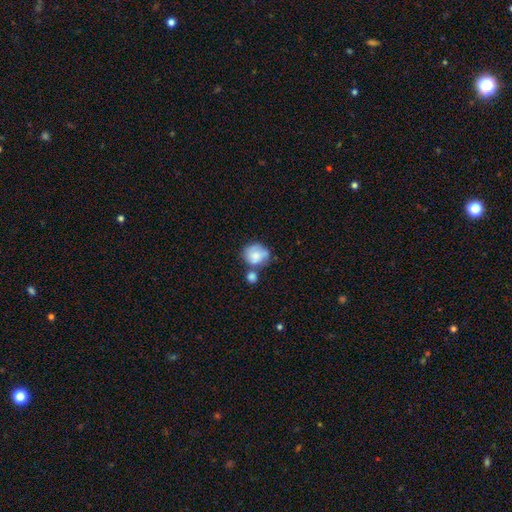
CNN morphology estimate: A smooth galaxy with no disk features (65%) that is round (70%).

Vote fractions:
- Smooth or featured? smooth: 65% / featured or disk: 27% / star or artifact: 8%
- How rounded? round: 70% / in between: 29% / cigar-shaped: 1%
- Merging? none: 36% / merger: 32% / minor disturbance: 21% / major disturbance: 11%